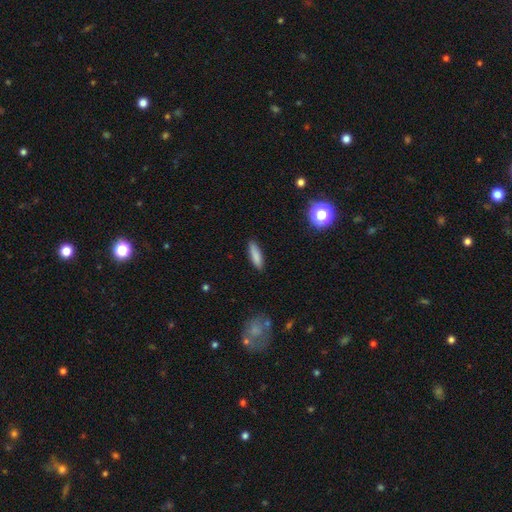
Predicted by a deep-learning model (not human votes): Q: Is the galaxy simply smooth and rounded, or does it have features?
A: smooth — 85%.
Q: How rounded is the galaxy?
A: cigar-shaped — 66%.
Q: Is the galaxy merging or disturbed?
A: none — 88%.